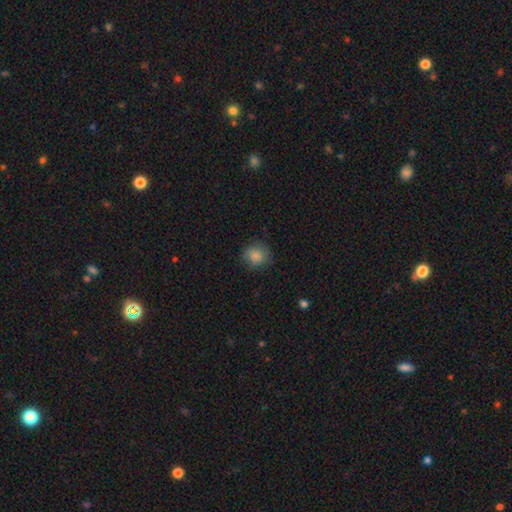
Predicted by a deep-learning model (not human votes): The model was most divided on "merging": none: 80%, minor disturbance: 15%, major disturbance: 4%, merger: 1%. More confident: how rounded — round (86%); smooth or featured — smooth (85%).